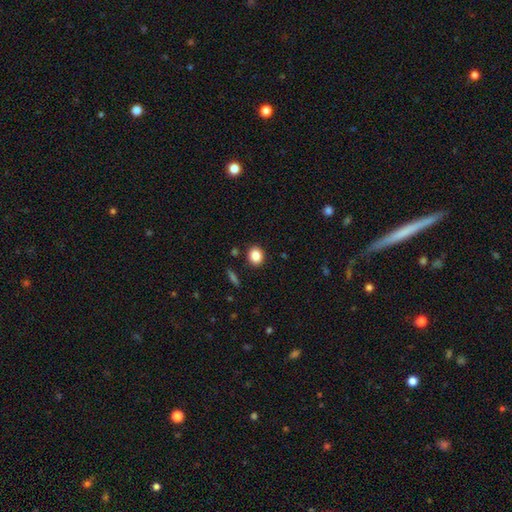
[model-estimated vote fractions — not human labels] This appears to be a smooth galaxy with no disk features (86%) that is round (67%). Merging: none (88%).